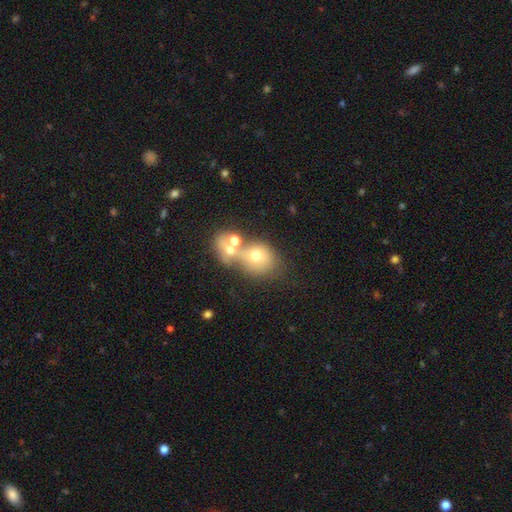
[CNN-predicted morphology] smooth-or-featured: smooth: 59% | featured or disk: 26% | star or artifact: 15%
  how-rounded: round: 62% | in between: 37% | cigar-shaped: 1%
  merging: merger: 60% | none: 23% | minor disturbance: 9% | major disturbance: 9%